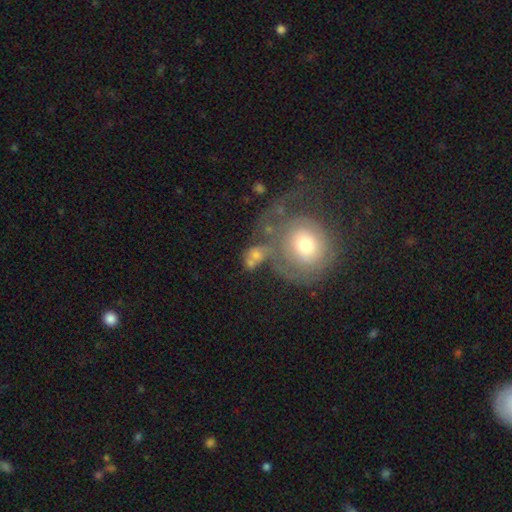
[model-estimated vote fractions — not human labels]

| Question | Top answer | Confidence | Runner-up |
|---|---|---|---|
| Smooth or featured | smooth | 52% | featured or disk (37%) |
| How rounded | round | 54% | in between (44%) |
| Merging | merger | 40% | none (28%) |